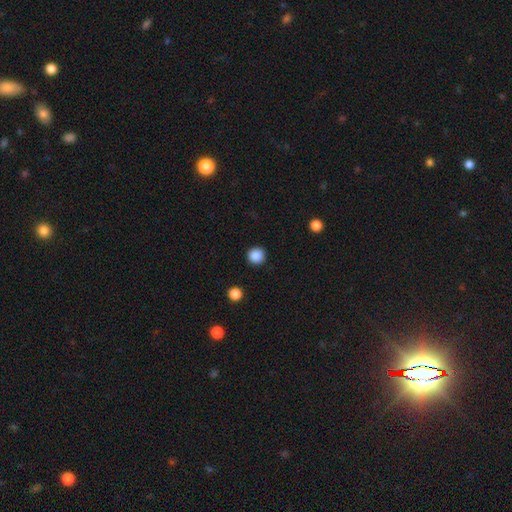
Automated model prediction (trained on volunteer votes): A smooth galaxy with no disk features (87%) that is round (94%).

Vote fractions:
- Smooth or featured? smooth: 87% / star or artifact: 10% / featured or disk: 3%
- How rounded? round: 94% / in between: 5% / cigar-shaped: 1%
- Merging? none: 92% / minor disturbance: 5% / major disturbance: 2% / merger: 1%